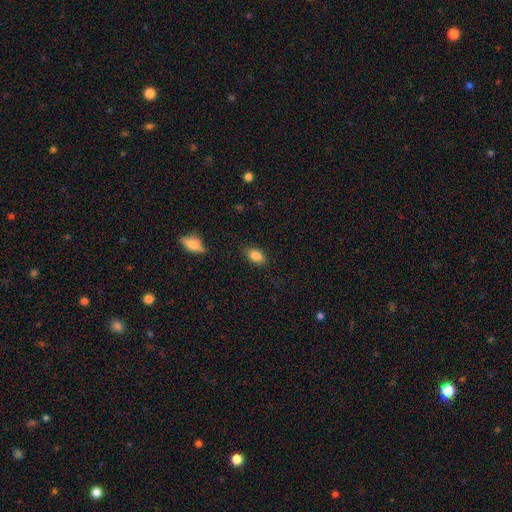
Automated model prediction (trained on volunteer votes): Smooth or featured? smooth (85%)
How rounded? in between (88%)
Merging? none (85%)